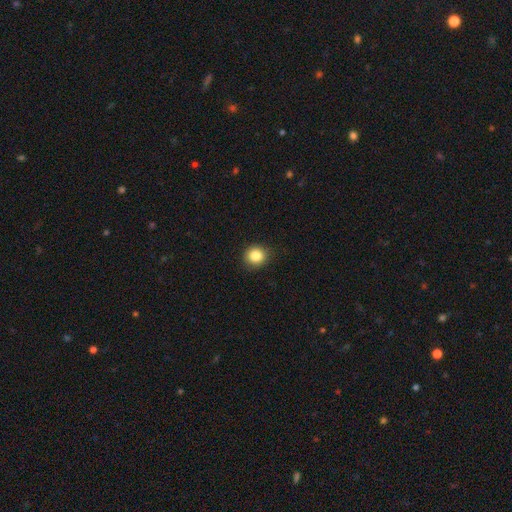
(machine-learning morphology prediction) Q: Smooth or featured?
A: smooth (85%); runner-up: star or artifact (10%)
Q: How rounded?
A: round (85%); runner-up: in between (14%)
Q: Merging?
A: none (89%); runner-up: minor disturbance (8%)